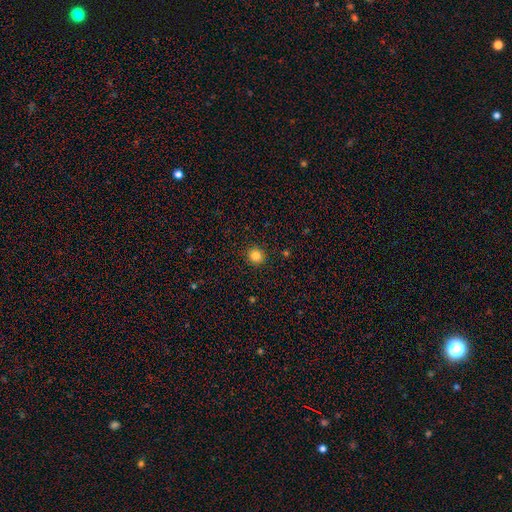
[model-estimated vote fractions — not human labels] smooth 83%, star or artifact 12%, featured or disk 5%. Down the decision tree: how rounded — round (91%); merging — none (92%).